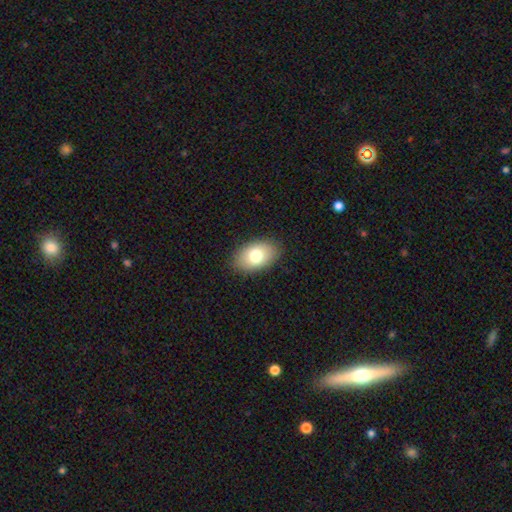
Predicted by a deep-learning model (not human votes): This is likely a smooth galaxy (77%). How rounded: clearly in between (90%). Merging: clearly none (87%).